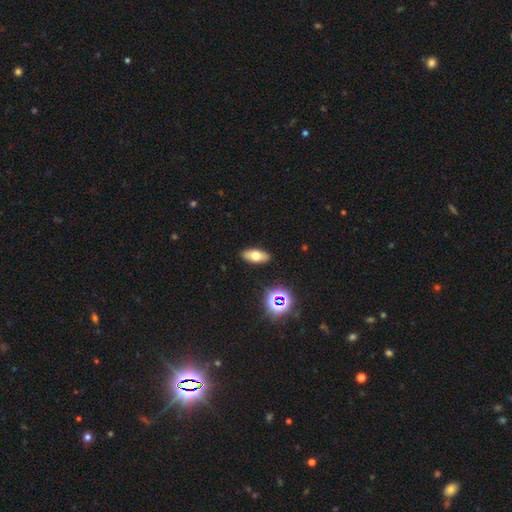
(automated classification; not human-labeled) The model was most divided on "smooth or featured": smooth: 65%, featured or disk: 22%, star or artifact: 13%. More confident: merging — none (90%); how rounded — in between (81%).